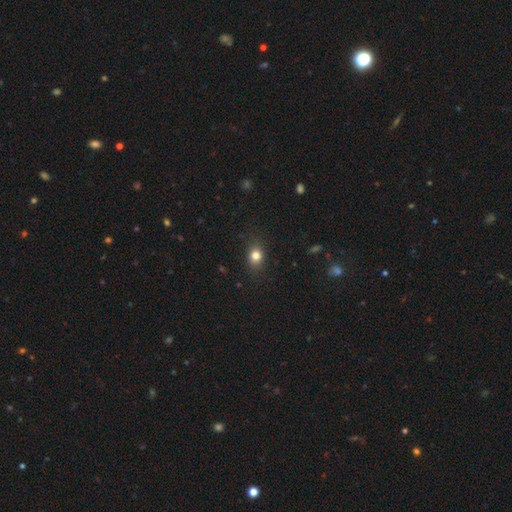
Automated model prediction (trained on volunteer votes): Morphology: type=smooth (81%); roundness=in between (53%); merging=none (83%).